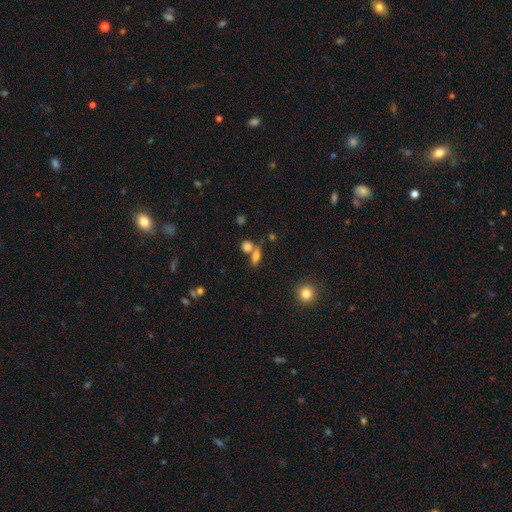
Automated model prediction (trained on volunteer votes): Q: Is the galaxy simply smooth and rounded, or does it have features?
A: smooth — 73%.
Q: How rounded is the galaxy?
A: in between — 66%.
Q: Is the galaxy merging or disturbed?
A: none — 51%.